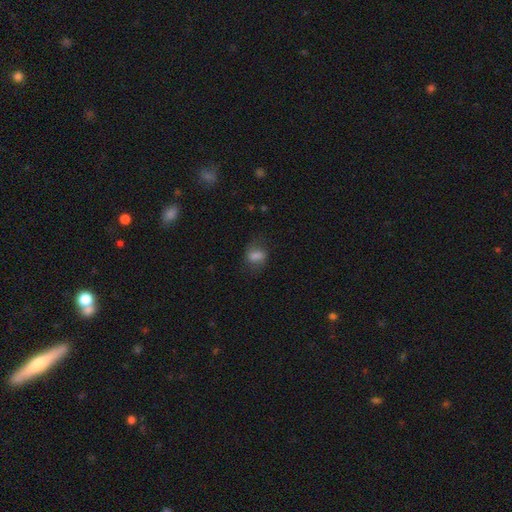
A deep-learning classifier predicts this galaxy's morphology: Smooth or featured? Predicted: smooth (p=0.74). How rounded? Predicted: in between (p=0.66). Merging? Predicted: none (p=0.65).